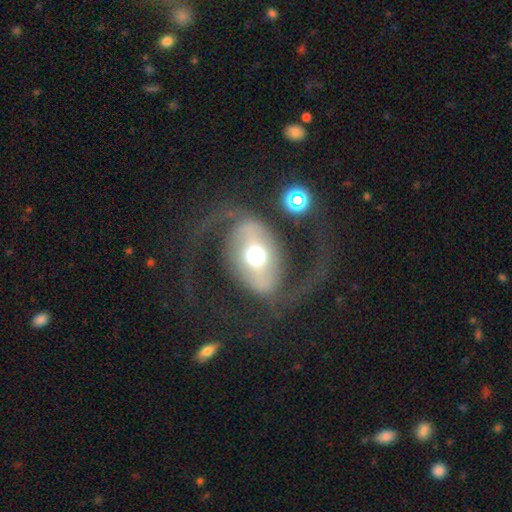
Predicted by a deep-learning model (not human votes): Q: Smooth or featured?
A: featured or disk (66%); runner-up: smooth (26%)
Q: Edge-on disk?
A: no (92%); runner-up: yes (8%)
Q: Bar?
A: no (38%); runner-up: strong (35%)
Q: Spiral arms?
A: yes (58%); runner-up: no (42%)
Q: Bulge size?
A: moderate (57%); runner-up: large (28%)
Q: Merging?
A: none (55%); runner-up: major disturbance (28%)